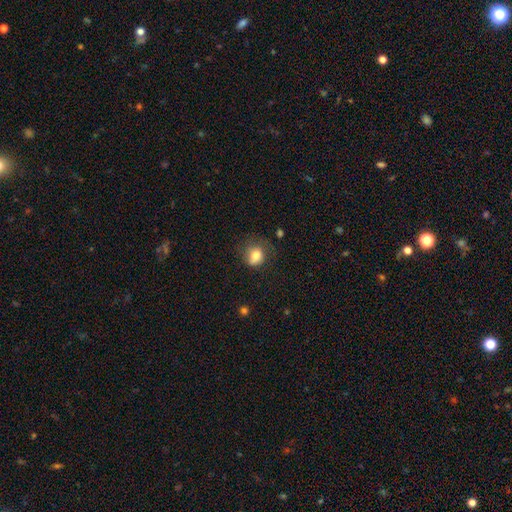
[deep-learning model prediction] This appears to be a smooth galaxy with no disk features (78%) that is round (55%). Merging: none (52%).